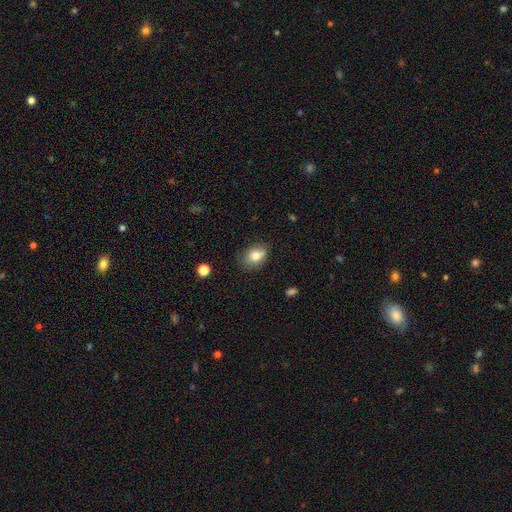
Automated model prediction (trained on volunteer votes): A smooth galaxy with no disk features (77%) that is in between round and cigar-shaped (71%).

Vote fractions:
- Smooth or featured? smooth: 77% / featured or disk: 13% / star or artifact: 10%
- How rounded? in between: 71% / round: 27% / cigar-shaped: 1%
- Merging? none: 67% / minor disturbance: 23% / merger: 5% / major disturbance: 5%